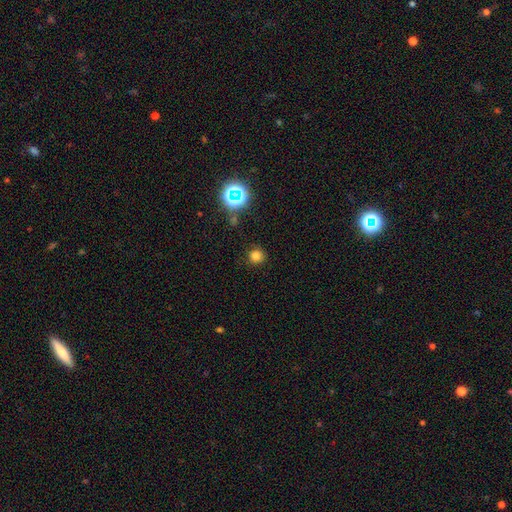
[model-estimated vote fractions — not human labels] This appears to be a smooth galaxy with no disk features (76%) that is round (92%). Merging: none (88%).